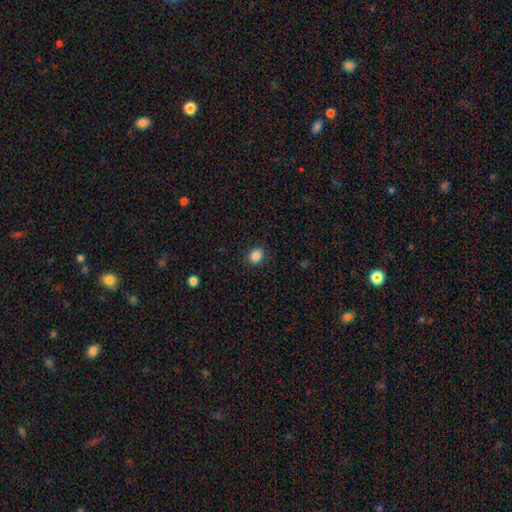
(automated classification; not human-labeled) smooth 87%, star or artifact 10%, featured or disk 3%. Down the decision tree: how rounded — round (72%); merging — none (89%).